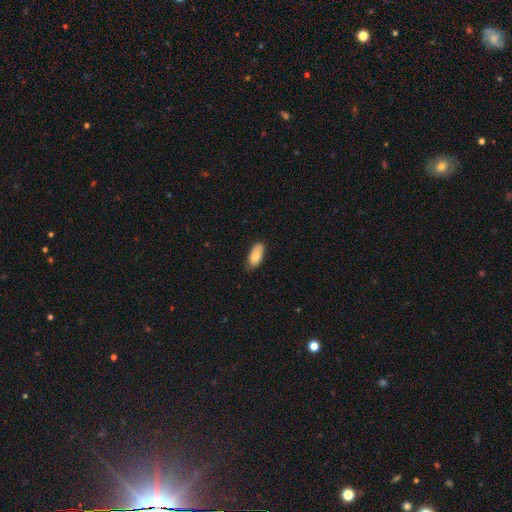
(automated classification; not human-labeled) Smooth or featured? Predicted: smooth (p=0.83). How rounded? Predicted: in between (p=0.87). Merging? Predicted: none (p=0.72).